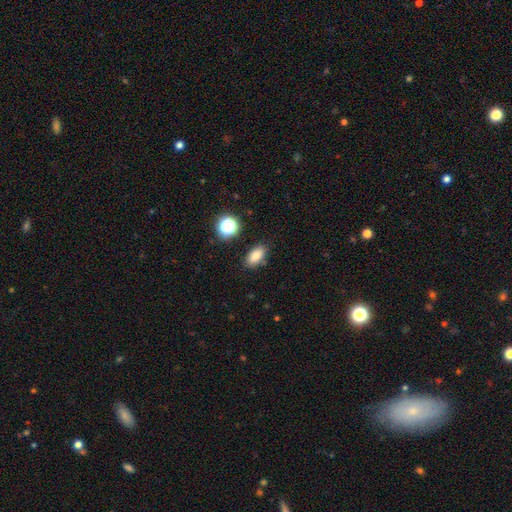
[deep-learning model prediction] Morphology: type=smooth (82%); roundness=in between (87%); merging=none (83%).